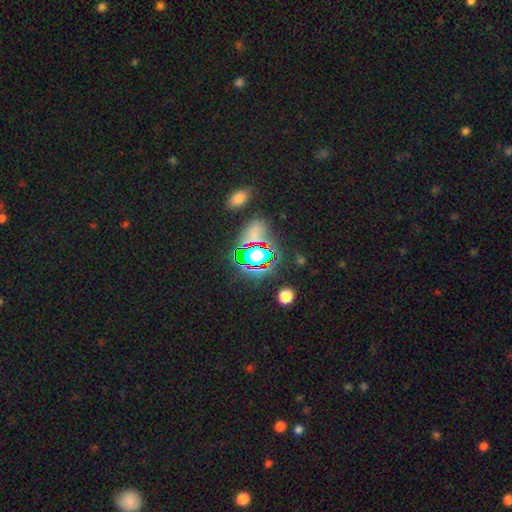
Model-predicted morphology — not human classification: This appears to be a star or artifact, not a galaxy (58%).